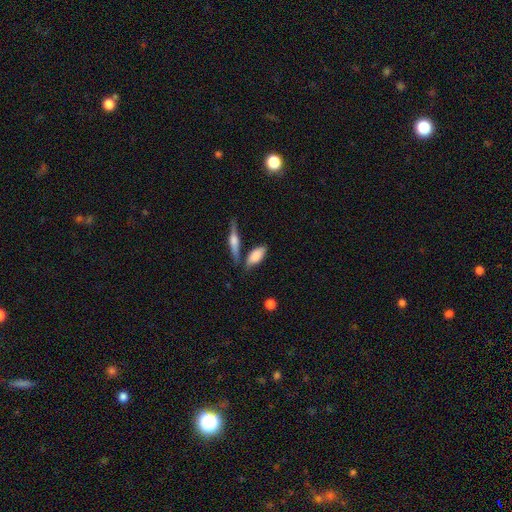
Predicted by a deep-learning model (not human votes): smooth-or-featured: smooth: 77% | featured or disk: 17% | star or artifact: 6%
  how-rounded: in between: 81% | cigar-shaped: 16% | round: 4%
  merging: none: 61% | minor disturbance: 20% | merger: 14% | major disturbance: 5%